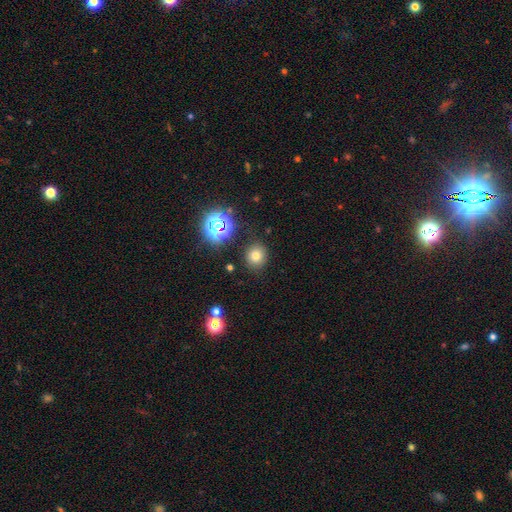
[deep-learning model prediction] Smooth or featured?
  - smooth: 71% *
  - star or artifact: 21%
  - featured or disk: 9%
How rounded?
  - round: 83% *
  - in between: 16%
  - cigar-shaped: 1%
Merging?
  - none: 86% *
  - minor disturbance: 8%
  - major disturbance: 3%
  - merger: 2%